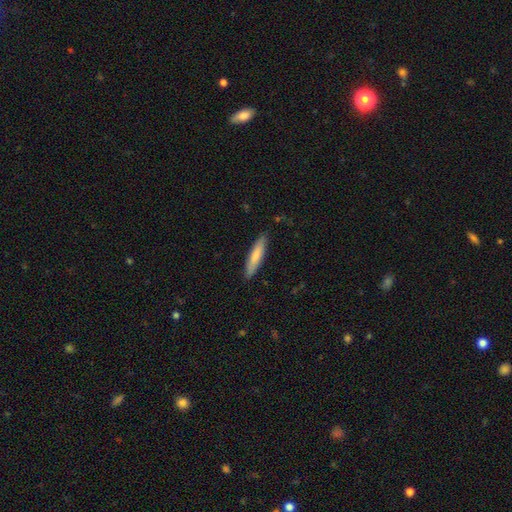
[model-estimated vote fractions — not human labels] This is likely a smooth galaxy (78%). How rounded: clearly cigar-shaped (80%). Merging: clearly none (87%).